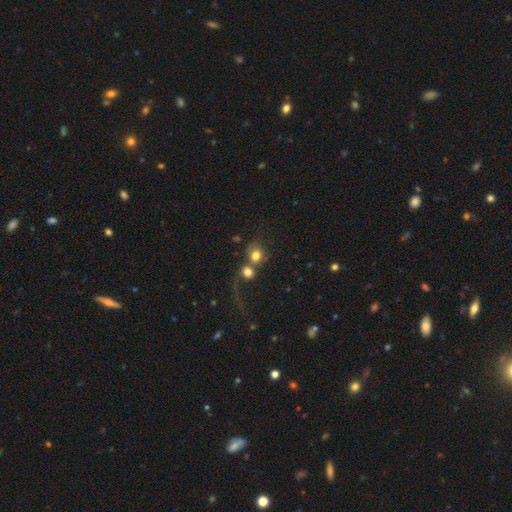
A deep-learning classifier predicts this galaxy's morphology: Overall: smooth (72%). How rounded: round (81%). Merging: merger (59%; none 21%).